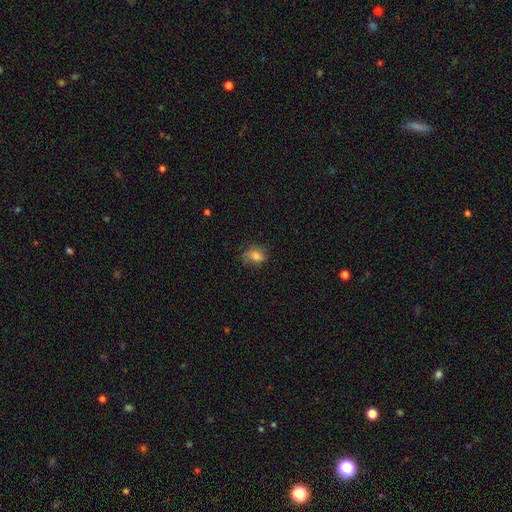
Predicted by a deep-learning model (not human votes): smooth-or-featured: smooth: 79% | featured or disk: 11% | star or artifact: 10%
  how-rounded: in between: 63% | round: 35% | cigar-shaped: 2%
  merging: none: 62% | minor disturbance: 27% | major disturbance: 9% | merger: 2%